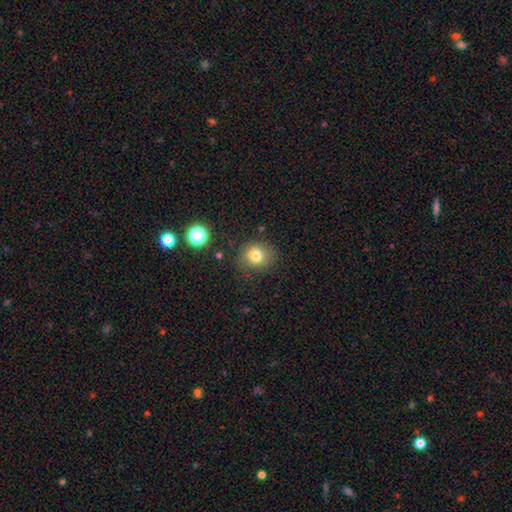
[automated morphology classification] smooth-or-featured: smooth: 77% | star or artifact: 13% | featured or disk: 10%
  how-rounded: round: 74% | in between: 25% | cigar-shaped: 1%
  merging: none: 80% | minor disturbance: 14% | major disturbance: 4% | merger: 3%